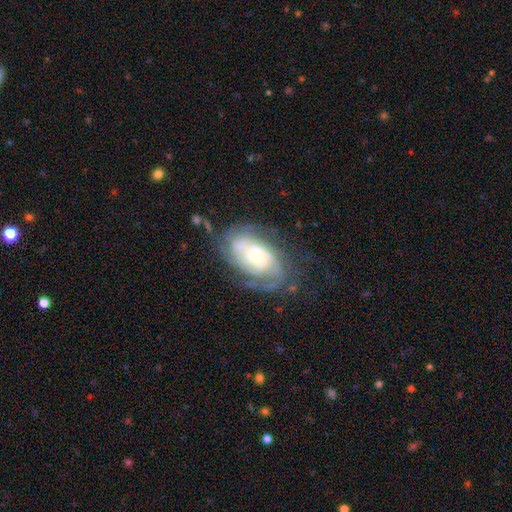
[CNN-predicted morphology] Q: Smooth or featured?
A: featured or disk (81%); runner-up: smooth (12%)
Q: Edge-on disk?
A: no (96%); runner-up: yes (4%)
Q: Bar?
A: no (59%); runner-up: weak (33%)
Q: Spiral arms?
A: yes (93%); runner-up: no (7%)
Q: Spiral winding?
A: tight (62%); runner-up: medium (29%)
Q: Spiral arm count?
A: can't tell (39%); runner-up: 2 (28%)
Q: Bulge size?
A: moderate (43%); runner-up: small (41%)
Q: Merging?
A: none (62%); runner-up: minor disturbance (22%)